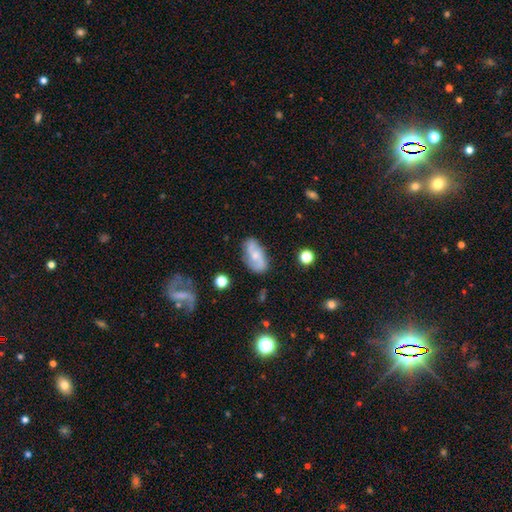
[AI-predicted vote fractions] A featured or disk galaxy (53%).

Vote fractions:
- Smooth or featured? featured or disk: 53% / smooth: 40% / star or artifact: 8%
- Edge-on disk? no: 93% / yes: 7%
- Merging? none: 73% / minor disturbance: 19% / major disturbance: 5% / merger: 3%